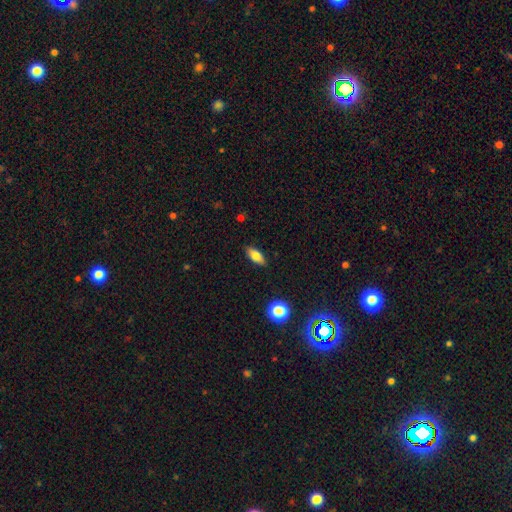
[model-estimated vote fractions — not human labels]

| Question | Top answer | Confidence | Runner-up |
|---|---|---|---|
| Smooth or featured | smooth | 78% | featured or disk (14%) |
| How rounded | in between | 82% | cigar-shaped (14%) |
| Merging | none | 88% | minor disturbance (9%) |